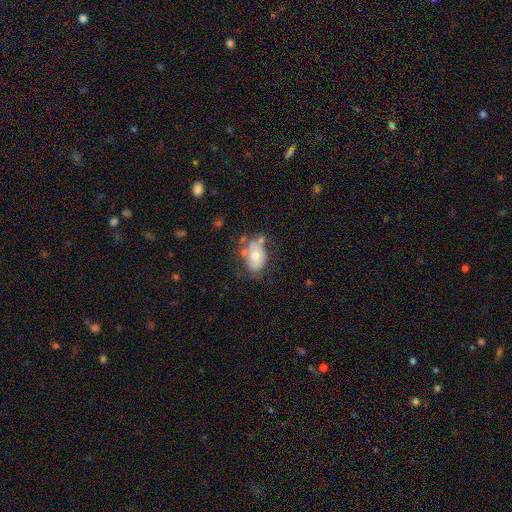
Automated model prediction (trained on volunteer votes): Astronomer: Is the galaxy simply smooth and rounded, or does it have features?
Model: smooth — 52% (runner-up: featured or disk, 40%).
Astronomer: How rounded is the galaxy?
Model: in between — 80%.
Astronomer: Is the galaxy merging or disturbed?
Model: none — 45% (runner-up: minor disturbance, 28%).